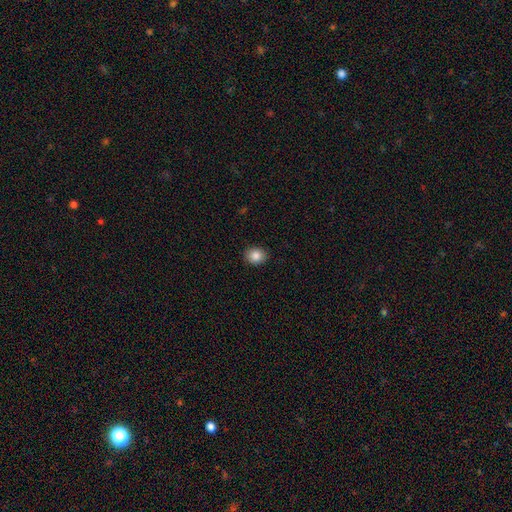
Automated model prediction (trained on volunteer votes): Overall: smooth (86%). How rounded: round (62%; in between 37%). Merging: none (90%).